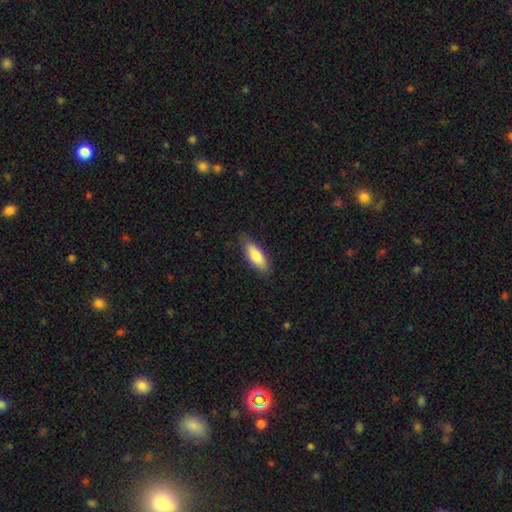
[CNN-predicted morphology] Smooth or featured? Predicted: smooth (p=0.79). How rounded? Predicted: in between (p=0.67). Merging? Predicted: none (p=0.82).